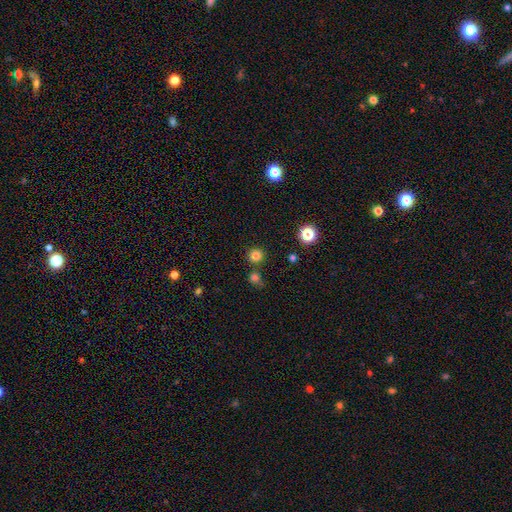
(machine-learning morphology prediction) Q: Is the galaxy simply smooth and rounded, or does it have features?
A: smooth — 80%.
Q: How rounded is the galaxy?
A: round — 93%.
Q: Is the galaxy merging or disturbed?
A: none — 82%.